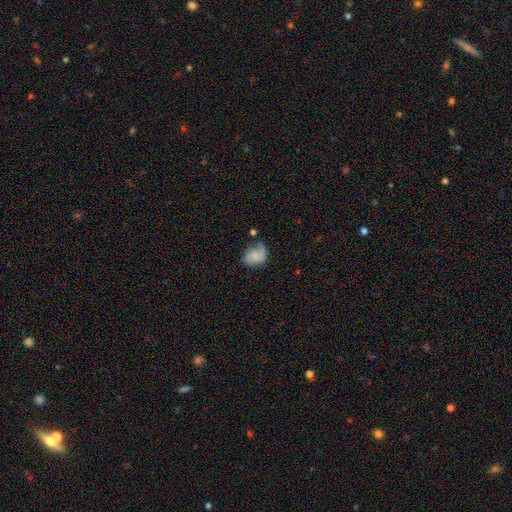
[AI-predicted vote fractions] This appears to be a featured or disk galaxy (48%). Merging: none (53%).